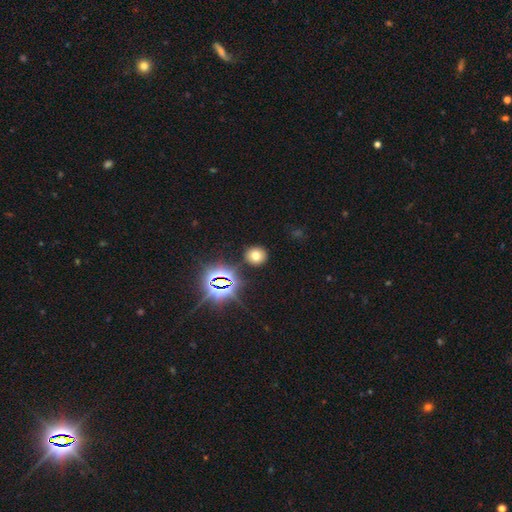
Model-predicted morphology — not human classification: Smooth or featured: smooth — 66% (star or artifact — 24%)
How rounded: round — 82% (in between — 17%)
Merging: none — 88% (minor disturbance — 7%)